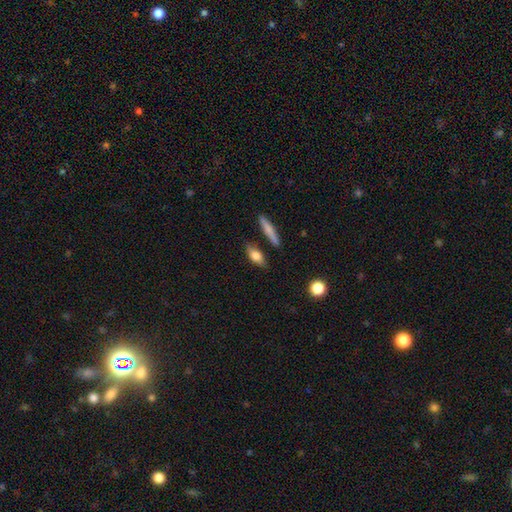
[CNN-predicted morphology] A smooth galaxy with no disk features (75%) that is in between round and cigar-shaped (67%). Merging: none (76%).